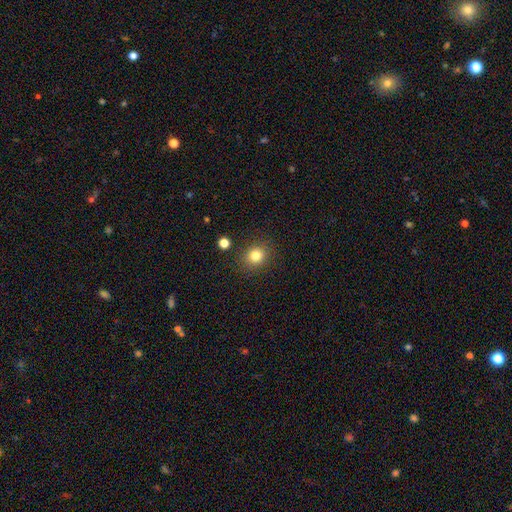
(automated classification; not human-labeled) This appears to be a smooth galaxy with no disk features (81%) that is round (73%). Merging: none (86%).